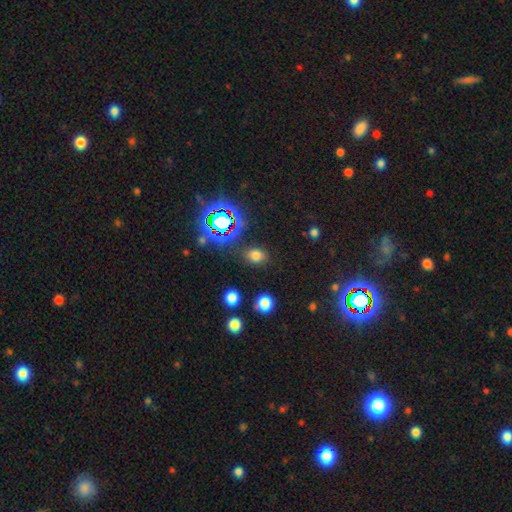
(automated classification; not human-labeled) smooth_or_featured: smooth (p=0.67) [alt: star or artifact p=0.26]
how_rounded: in between (p=0.61) [alt: round p=0.38]
merging: none (p=0.83) [alt: minor disturbance p=0.10]